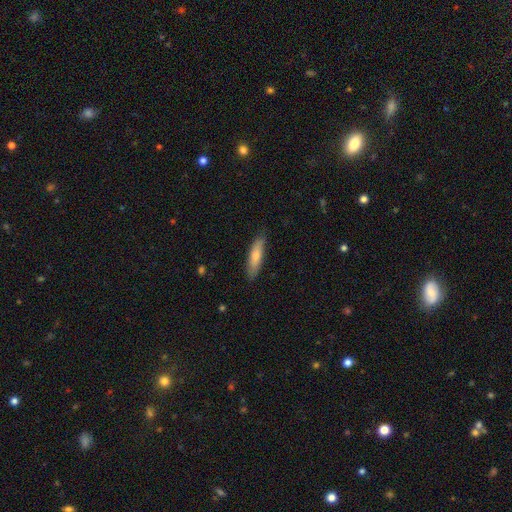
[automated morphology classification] Smooth or featured: smooth — 75% (featured or disk — 20%)
How rounded: cigar-shaped — 69% (in between — 29%)
Merging: none — 83% (minor disturbance — 14%)